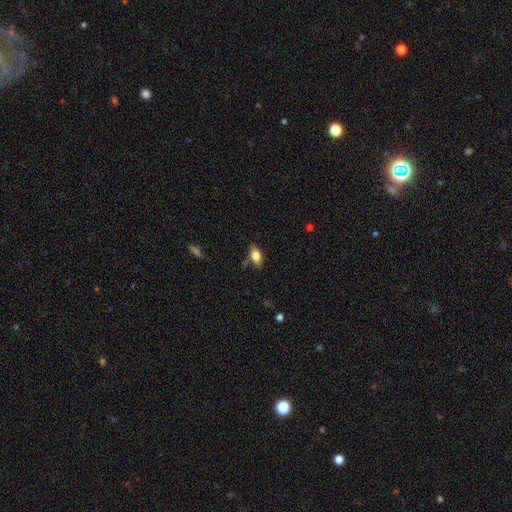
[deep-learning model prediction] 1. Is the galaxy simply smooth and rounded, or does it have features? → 77% smooth, 14% featured or disk, 9% star or artifact.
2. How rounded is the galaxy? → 86% in between, 7% cigar-shaped, 7% round.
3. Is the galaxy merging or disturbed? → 75% none, 17% minor disturbance, 4% major disturbance, 4% merger.